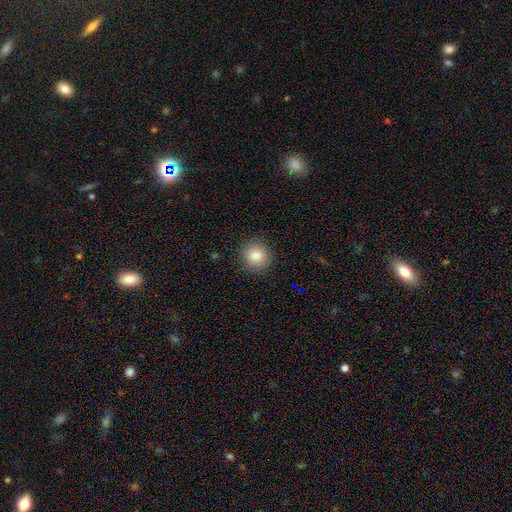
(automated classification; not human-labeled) smooth 83%, star or artifact 10%, featured or disk 7%. Down the decision tree: how rounded — round (87%); merging — none (89%).